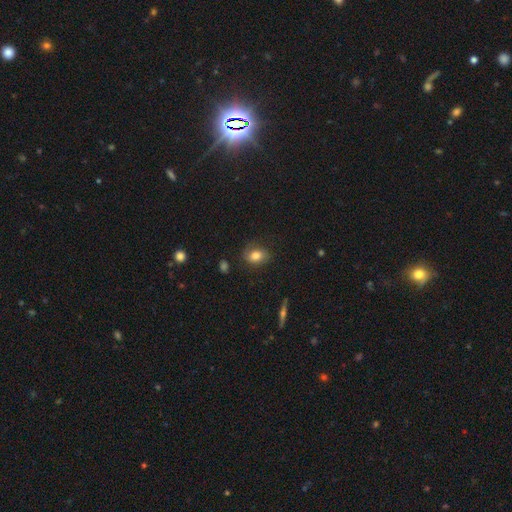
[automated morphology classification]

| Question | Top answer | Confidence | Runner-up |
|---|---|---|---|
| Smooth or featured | smooth | 74% | featured or disk (17%) |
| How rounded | in between | 70% | round (29%) |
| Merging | none | 72% | minor disturbance (19%) |